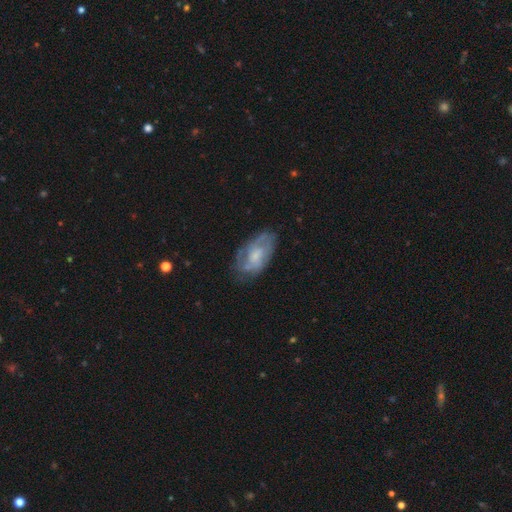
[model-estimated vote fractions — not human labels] This appears to be a featured or disk galaxy (60%) with no bar (66%), spiral arms (60%) and a small central bulge (44%). Merging: none (61%).